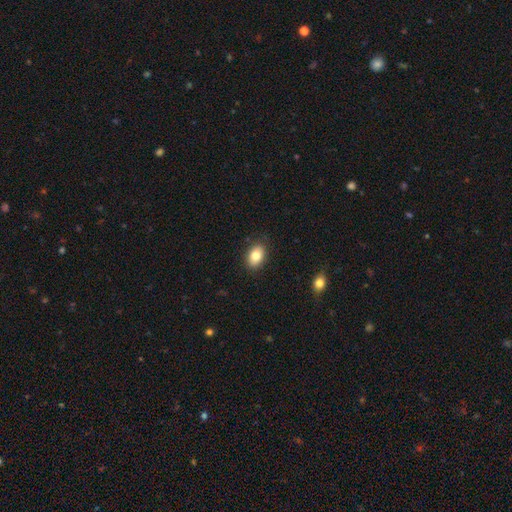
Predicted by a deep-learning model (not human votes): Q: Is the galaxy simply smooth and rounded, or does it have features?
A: smooth — 82%.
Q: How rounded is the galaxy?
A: in between — 85%.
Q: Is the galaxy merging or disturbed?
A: none — 88%.